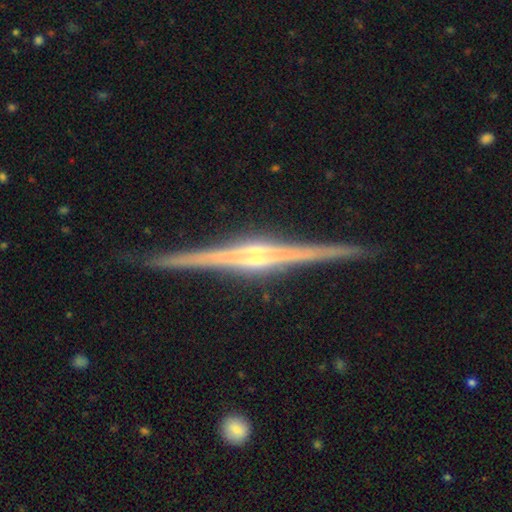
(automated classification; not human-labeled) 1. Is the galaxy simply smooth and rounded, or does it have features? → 87% featured or disk, 7% smooth, 6% star or artifact.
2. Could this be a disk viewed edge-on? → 98% yes, 2% no.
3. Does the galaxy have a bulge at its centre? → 75% rounded, 16% boxy, 9% none.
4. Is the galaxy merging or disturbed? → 89% none, 8% minor disturbance, 1% major disturbance, 1% merger.